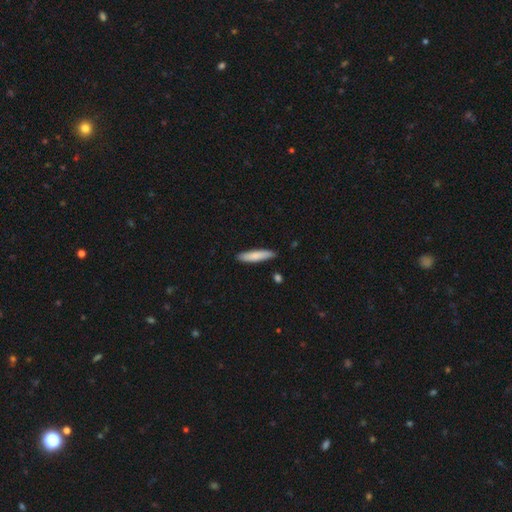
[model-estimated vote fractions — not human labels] A smooth galaxy with no disk features (81%) that is cigar-shaped (81%).

Vote fractions:
- Smooth or featured? smooth: 81% / featured or disk: 13% / star or artifact: 5%
- How rounded? cigar-shaped: 81% / in between: 17% / round: 1%
- Merging? none: 87% / minor disturbance: 10% / merger: 2% / major disturbance: 2%